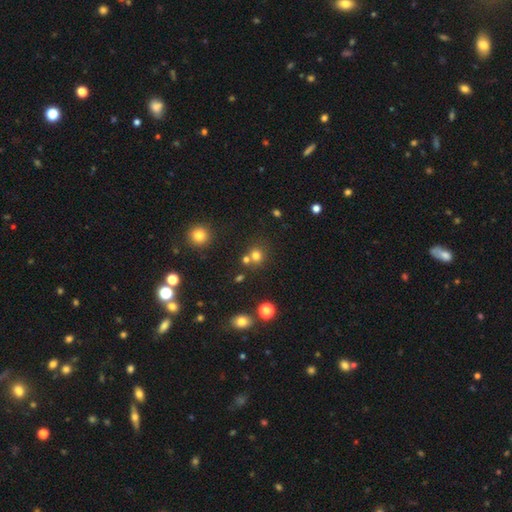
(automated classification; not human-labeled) smooth 74%, star or artifact 18%, featured or disk 8%. Down the decision tree: how rounded — round (86%); merging — none (63%).